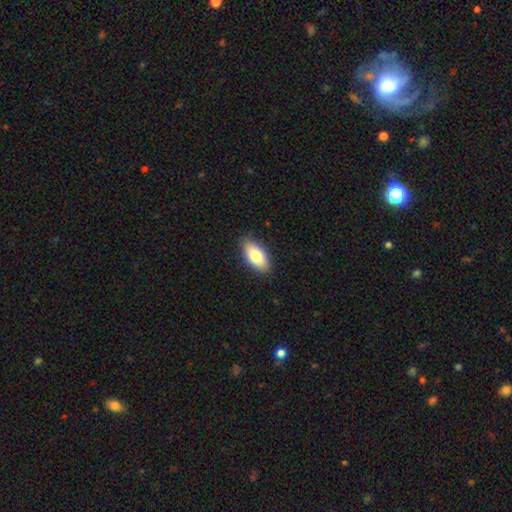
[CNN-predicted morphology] A smooth galaxy with no disk features (76%) that is in between round and cigar-shaped (89%). Merging: none (87%).